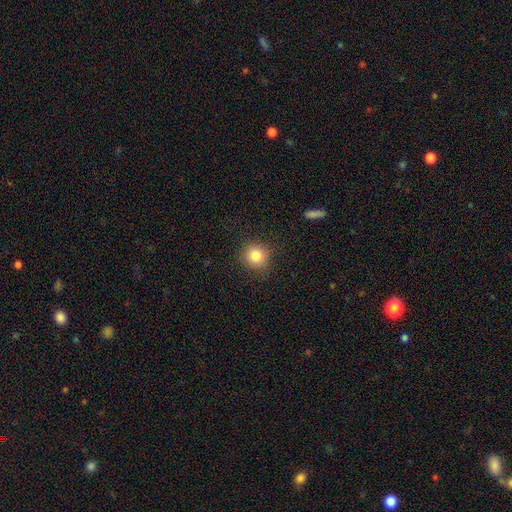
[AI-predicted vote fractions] Smooth or featured? smooth (83%)
How rounded? round (89%)
Merging? none (86%)